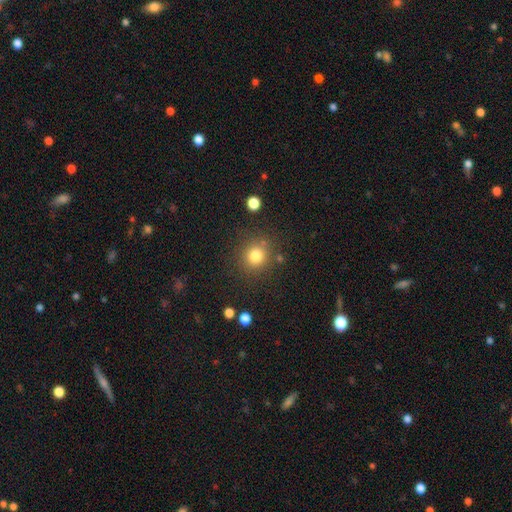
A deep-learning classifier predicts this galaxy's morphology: smooth 81%, star or artifact 13%, featured or disk 7%. Down the decision tree: how rounded — round (89%); merging — none (82%).